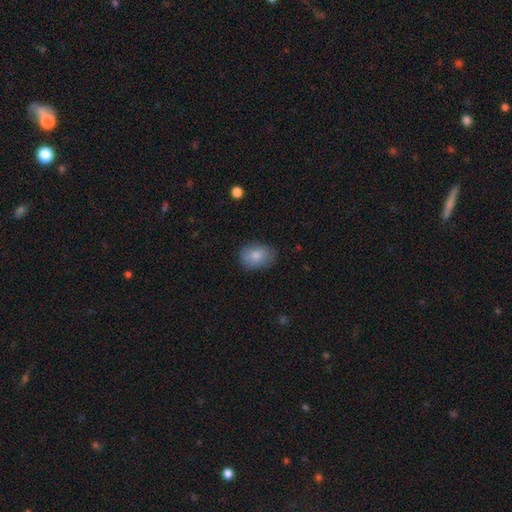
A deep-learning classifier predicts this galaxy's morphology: A smooth galaxy with no disk features (84%) that is in between round and cigar-shaped (69%). Merging: none (79%).